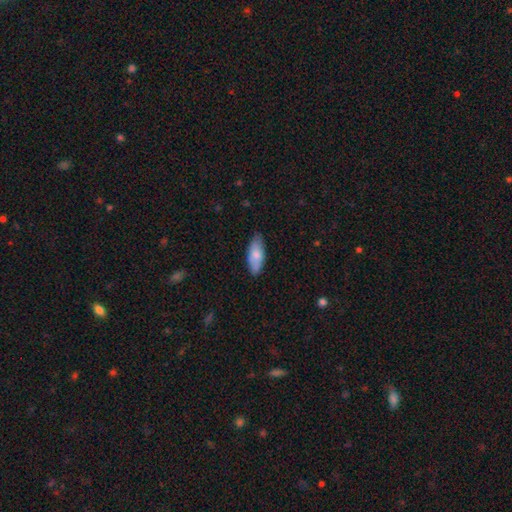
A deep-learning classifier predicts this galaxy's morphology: The model was most divided on "how rounded": in between: 78%, cigar-shaped: 20%, round: 2%. More confident: merging — none (79%); smooth or featured — smooth (77%).